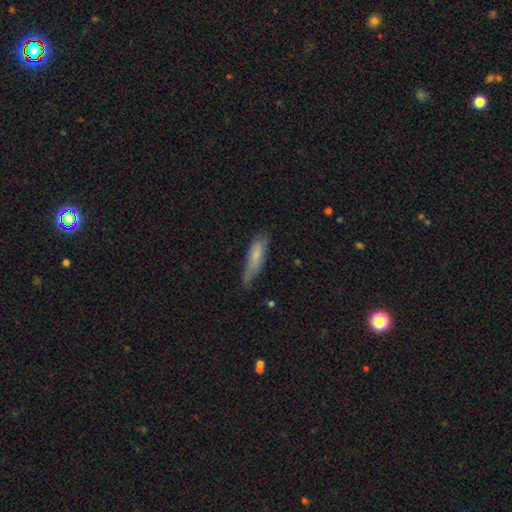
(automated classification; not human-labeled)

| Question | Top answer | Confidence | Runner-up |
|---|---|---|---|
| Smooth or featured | smooth | 69% | featured or disk (24%) |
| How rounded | cigar-shaped | 64% | in between (34%) |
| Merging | none | 60% | minor disturbance (31%) |